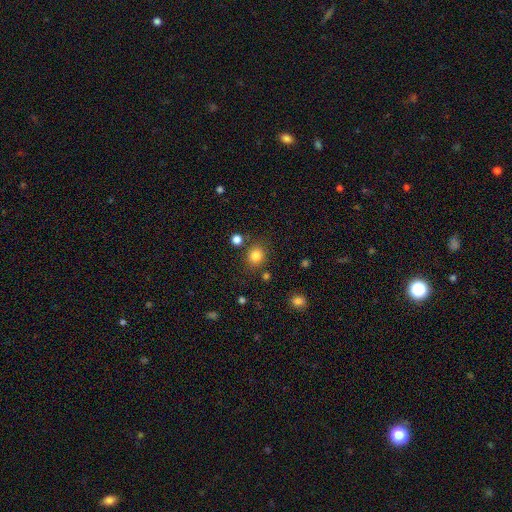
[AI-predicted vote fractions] Overall: smooth (82%). How rounded: round (77%). Merging: none (80%).